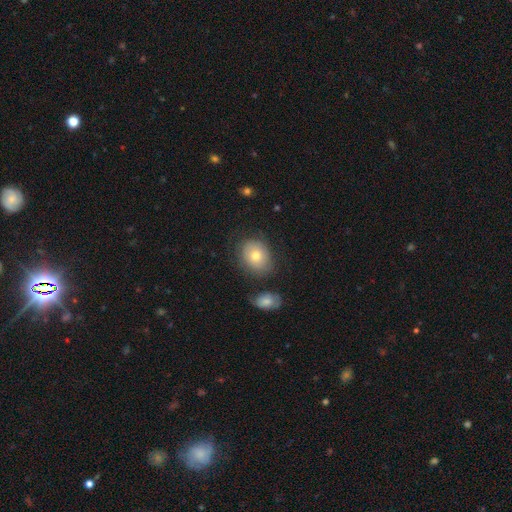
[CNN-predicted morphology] Smooth or featured: smooth — 71% (featured or disk — 20%)
How rounded: round — 53% (in between — 46%)
Merging: none — 68% (minor disturbance — 19%)